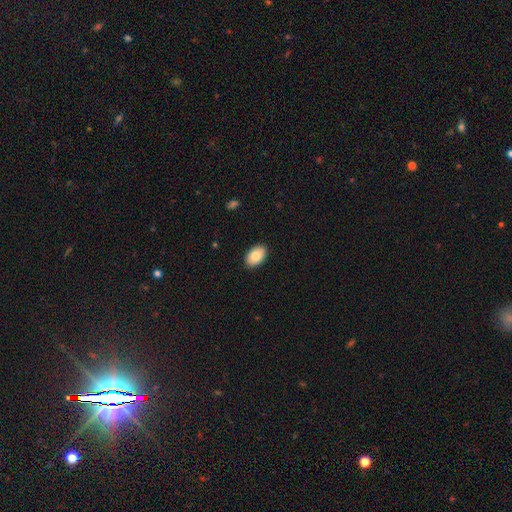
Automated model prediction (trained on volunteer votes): Morphology: type=smooth (83%); roundness=in between (92%); merging=none (90%).